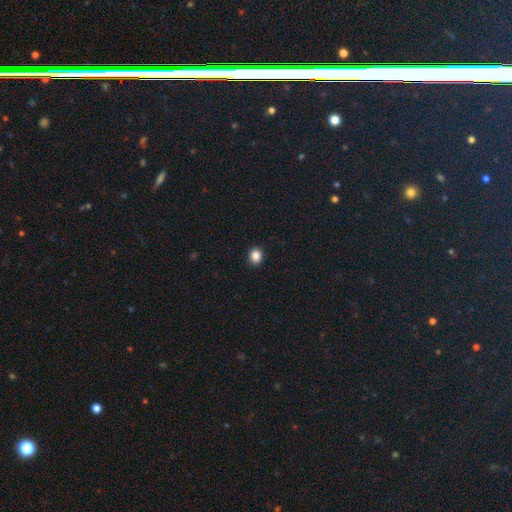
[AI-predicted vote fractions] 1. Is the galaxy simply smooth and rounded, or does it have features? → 85% smooth, 11% star or artifact, 4% featured or disk.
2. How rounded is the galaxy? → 82% round, 17% in between, 1% cigar-shaped.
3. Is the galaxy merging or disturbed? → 93% none, 5% minor disturbance, 1% major disturbance, 1% merger.